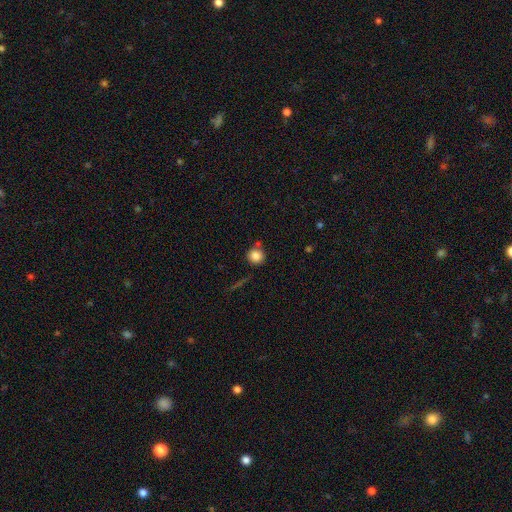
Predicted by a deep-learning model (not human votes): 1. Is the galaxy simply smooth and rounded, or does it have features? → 83% smooth, 10% star or artifact, 7% featured or disk.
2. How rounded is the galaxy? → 92% round, 7% in between, 1% cigar-shaped.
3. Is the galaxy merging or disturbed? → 71% none, 13% minor disturbance, 12% merger, 4% major disturbance.